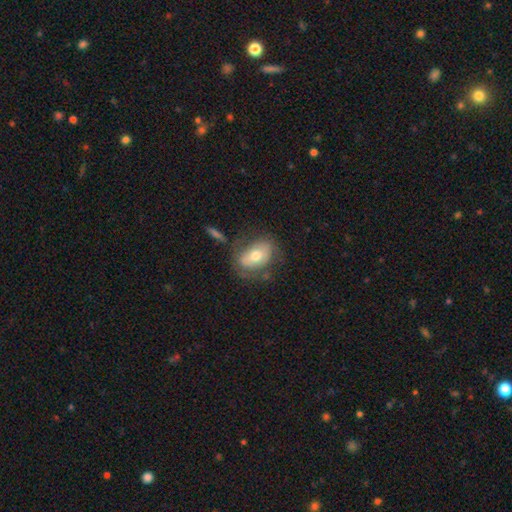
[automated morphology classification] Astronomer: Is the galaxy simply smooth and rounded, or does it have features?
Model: smooth — 57% (runner-up: featured or disk, 35%).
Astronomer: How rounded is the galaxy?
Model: in between — 79%.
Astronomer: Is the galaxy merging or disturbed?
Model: none — 59%.